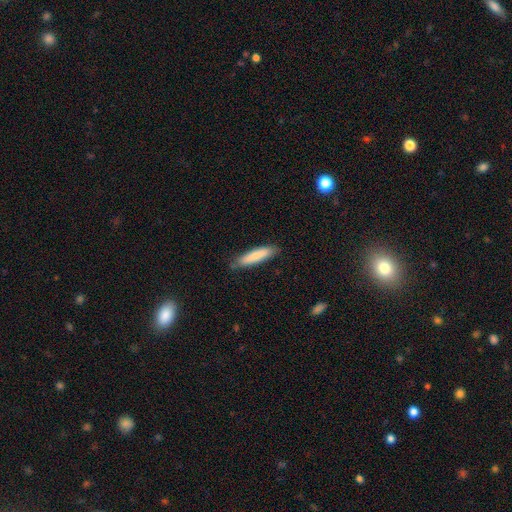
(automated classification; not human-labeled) The model was most divided on "how rounded": cigar-shaped: 82%, in between: 17%, round: 1%. More confident: merging — none (83%); smooth or featured — smooth (81%).